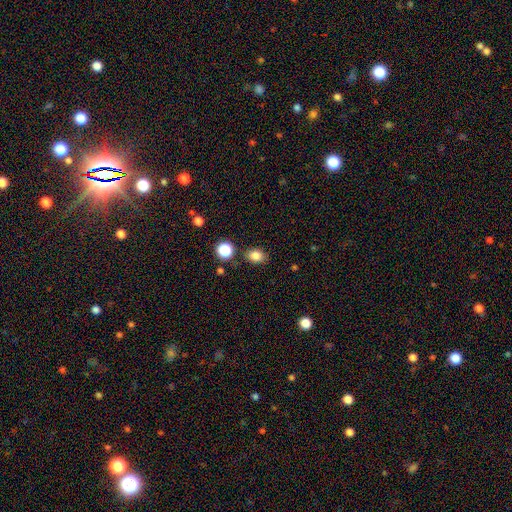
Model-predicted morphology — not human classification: This is clearly a smooth galaxy (82%). How rounded: likely in between (60%). Merging: clearly none (82%).